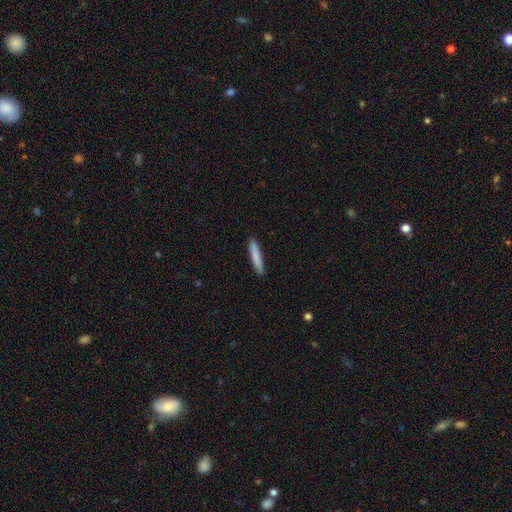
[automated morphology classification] The model was most divided on "smooth or featured": smooth: 82%, featured or disk: 12%, star or artifact: 6%. More confident: how rounded — cigar-shaped (94%); merging — none (90%).